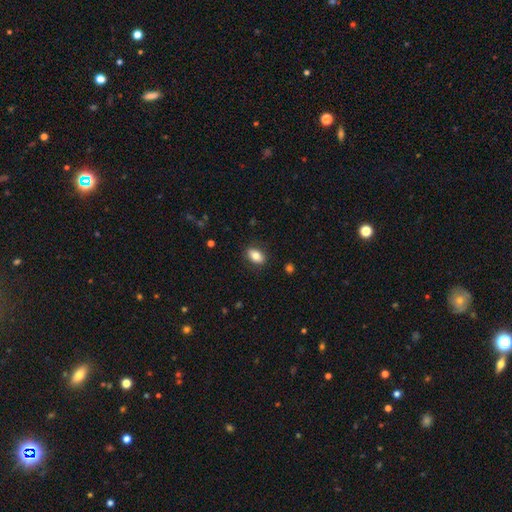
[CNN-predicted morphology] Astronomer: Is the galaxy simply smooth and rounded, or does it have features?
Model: smooth — 80%.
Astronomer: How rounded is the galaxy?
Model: in between — 87%.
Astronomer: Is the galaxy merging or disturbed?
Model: none — 86%.